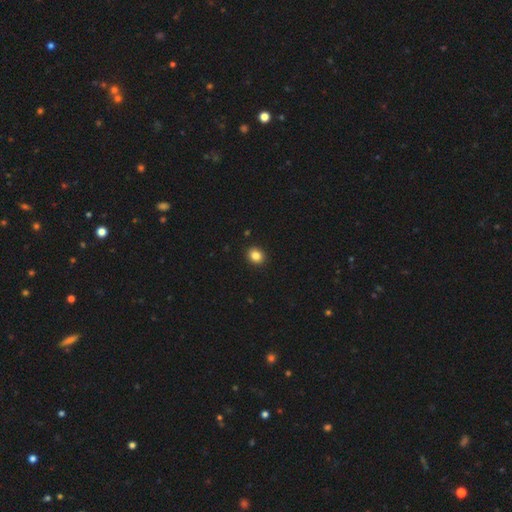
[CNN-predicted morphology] Overall: smooth (85%). How rounded: round (68%; in between 31%). Merging: none (92%).